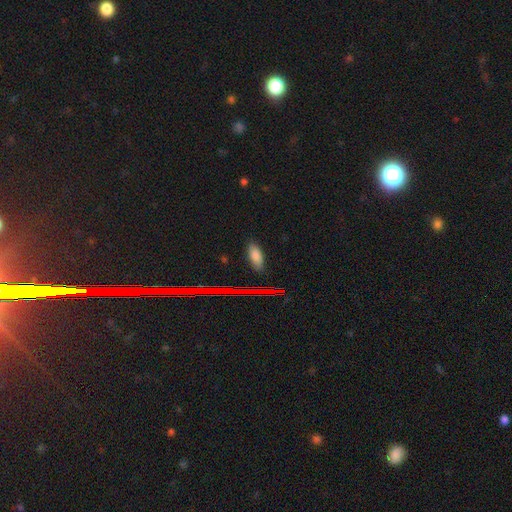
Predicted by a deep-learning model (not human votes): Overall: smooth (79%). How rounded: in between (82%). Merging: none (84%).